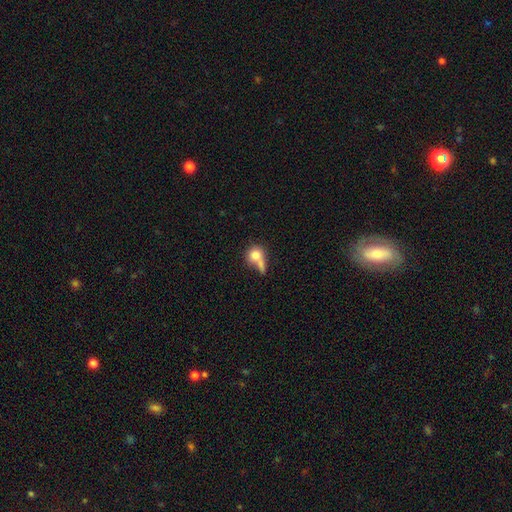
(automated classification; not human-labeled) Smooth or featured? smooth (75%)
How rounded? round (71%)
Merging? merger (40%)